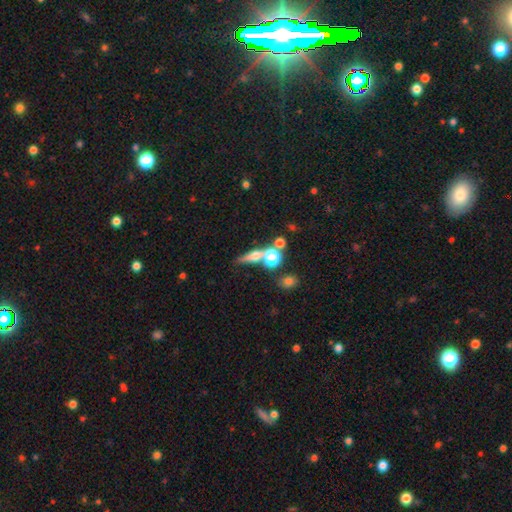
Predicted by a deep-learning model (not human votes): This is possibly a smooth galaxy (49%). Merging: possibly none (56%).